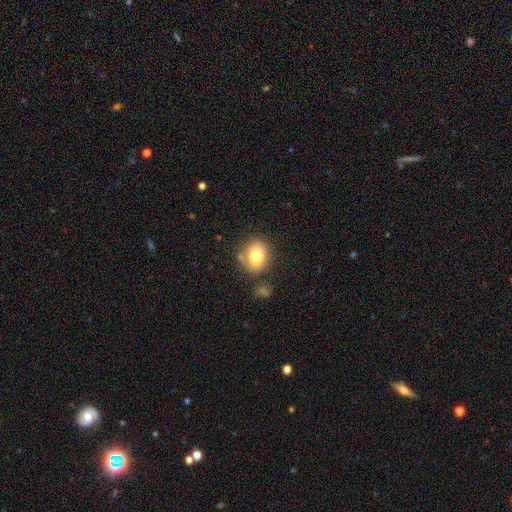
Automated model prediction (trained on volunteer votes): Overall: smooth (79%). How rounded: in between (50%; round 49%). Merging: none (72%).